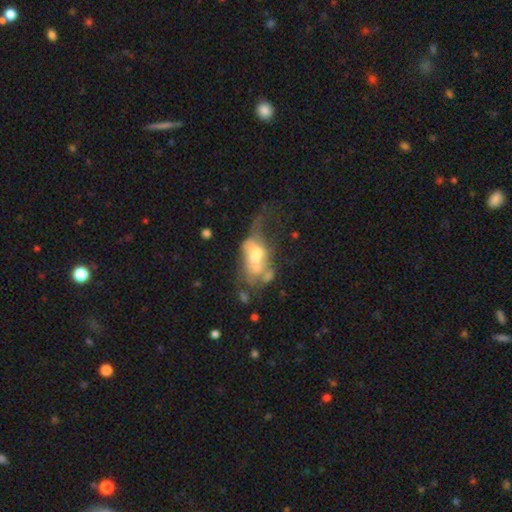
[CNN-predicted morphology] type=featured or disk (52%); edge-on=no (93%); merging=major disturbance (44%).